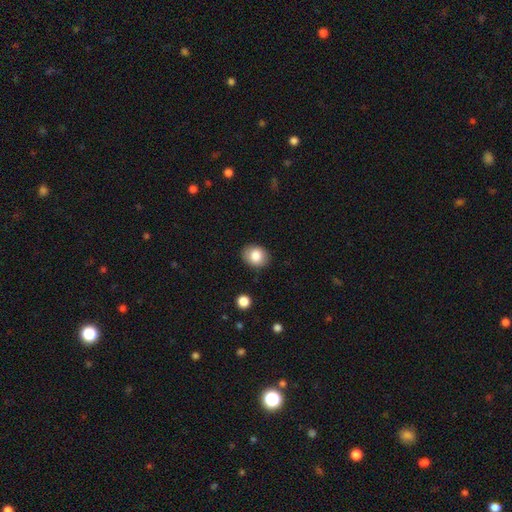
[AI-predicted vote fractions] Smooth or featured? Predicted: smooth (p=0.83). How rounded? Predicted: round (p=0.55). Merging? Predicted: none (p=0.87).